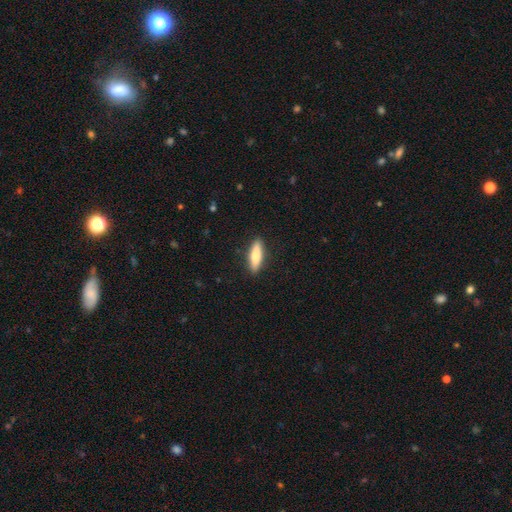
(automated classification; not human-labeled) A smooth galaxy with no disk features (72%) that is cigar-shaped (59%).

Vote fractions:
- Smooth or featured? smooth: 72% / featured or disk: 22% / star or artifact: 5%
- How rounded? cigar-shaped: 59% / in between: 39% / round: 2%
- Merging? none: 90% / minor disturbance: 8% / major disturbance: 2% / merger: 1%